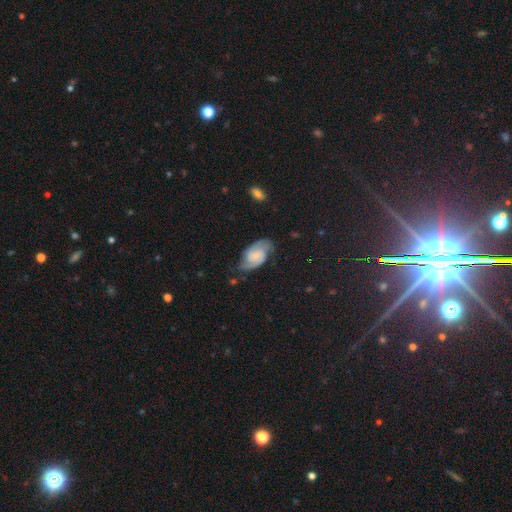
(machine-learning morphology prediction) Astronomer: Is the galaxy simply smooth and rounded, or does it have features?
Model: featured or disk — 81%.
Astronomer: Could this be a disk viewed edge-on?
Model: no — 97%.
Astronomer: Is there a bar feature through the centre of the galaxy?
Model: no — 55% (runner-up: weak, 36%).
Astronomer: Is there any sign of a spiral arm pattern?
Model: yes — 97%.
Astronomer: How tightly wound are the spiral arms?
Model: medium — 49% (runner-up: tight, 34%).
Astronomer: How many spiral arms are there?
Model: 2 — 91%.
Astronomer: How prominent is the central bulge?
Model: small — 46% (runner-up: none, 32%).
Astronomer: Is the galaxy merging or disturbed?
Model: none — 73%.